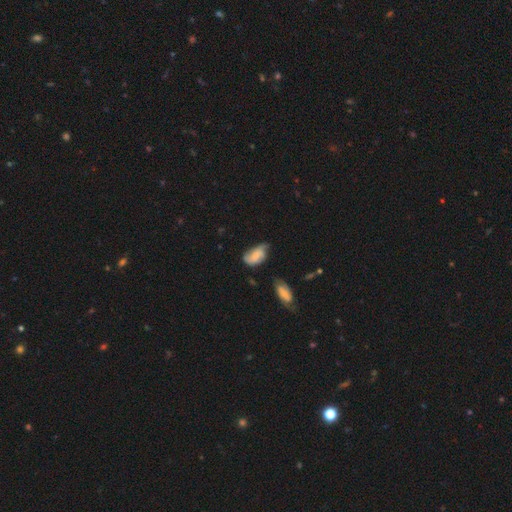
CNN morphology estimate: A smooth galaxy with no disk features (51%) that is in between round and cigar-shaped (89%). Merging: none (40%).